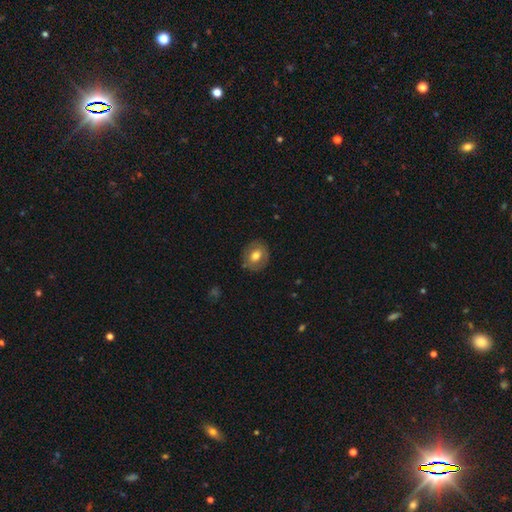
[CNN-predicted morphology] A smooth galaxy with no disk features (66%) that is round (72%). Merging: none (83%).